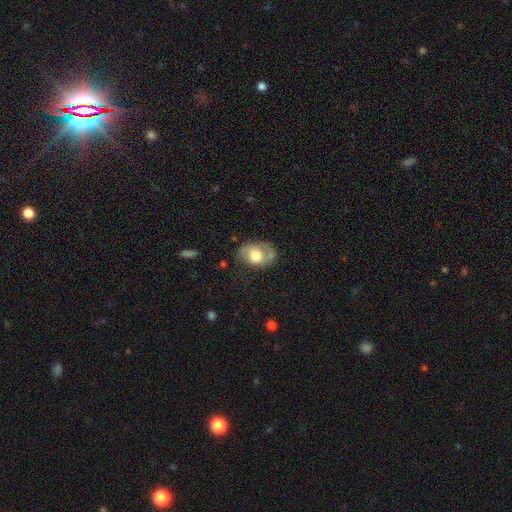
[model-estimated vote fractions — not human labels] This is possibly a smooth galaxy (50%). How rounded: likely in between (72%). Merging: possibly none (54%).